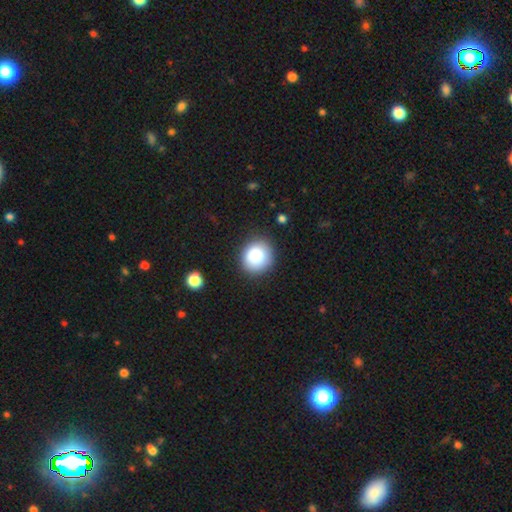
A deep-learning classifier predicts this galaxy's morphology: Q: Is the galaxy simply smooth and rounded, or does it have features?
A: smooth — 86%.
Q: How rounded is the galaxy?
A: round — 83%.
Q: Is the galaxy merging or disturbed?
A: none — 85%.